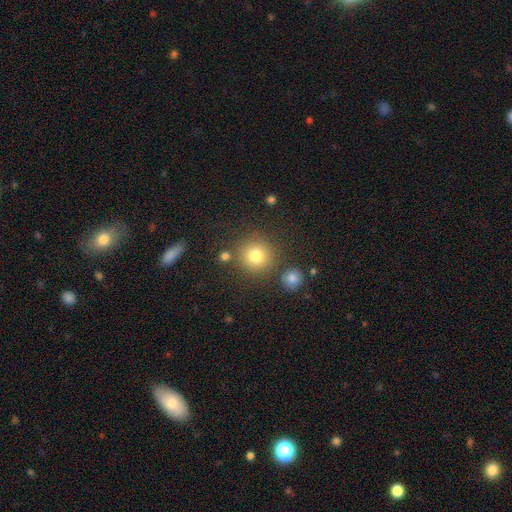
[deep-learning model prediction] Smooth or featured? Predicted: smooth (p=0.80). How rounded? Predicted: round (p=0.93). Merging? Predicted: none (p=0.80).